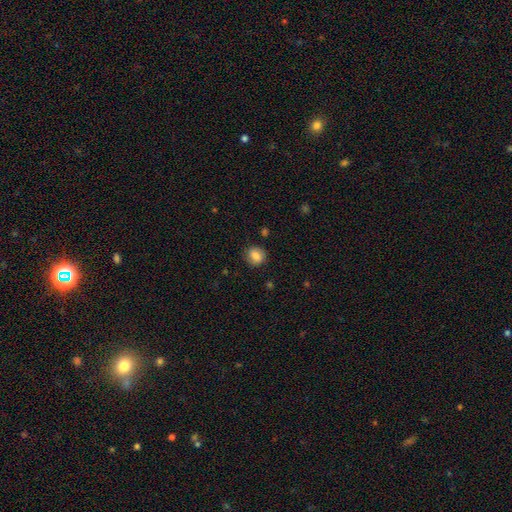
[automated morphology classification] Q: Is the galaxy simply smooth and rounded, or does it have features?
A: smooth — 79%.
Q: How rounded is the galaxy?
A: round — 79%.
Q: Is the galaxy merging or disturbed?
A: none — 85%.